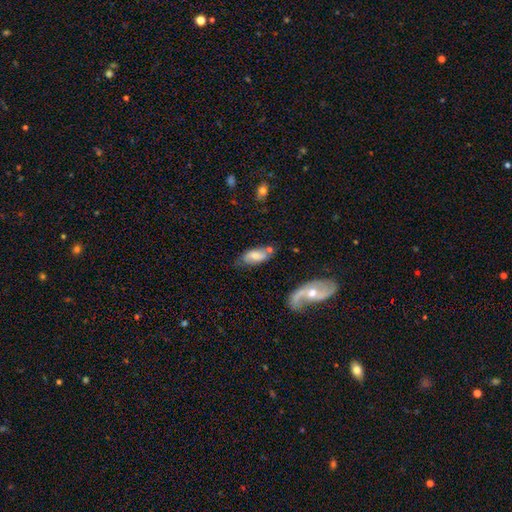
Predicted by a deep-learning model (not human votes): The model was most divided on "smooth or featured": smooth: 54%, featured or disk: 38%, star or artifact: 8%. More confident: how rounded — in between (86%); merging — none (59%).